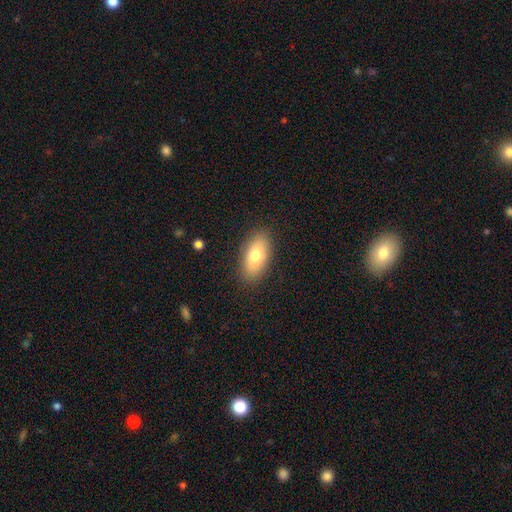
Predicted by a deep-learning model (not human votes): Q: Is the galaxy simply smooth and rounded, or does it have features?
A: smooth — 77%.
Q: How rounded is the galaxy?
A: in between — 88%.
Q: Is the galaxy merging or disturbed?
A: none — 87%.